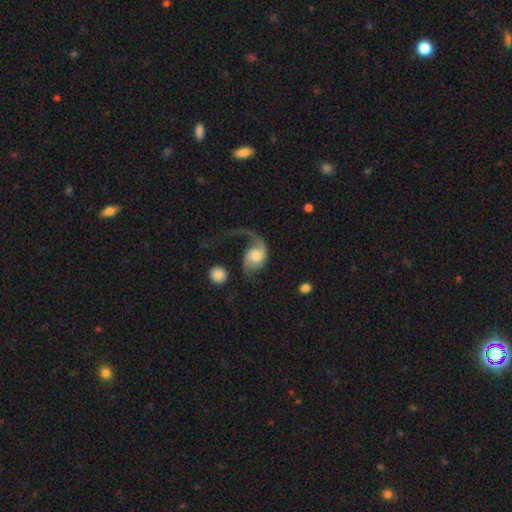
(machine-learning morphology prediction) Overall: featured or disk (73%). Edge-on disk: no (97%). Bar: no (70%). Spiral arms: yes (93%). Spiral arm count: 1 (59%; 2 35%). Spiral winding: loose (74%). Bulge size: moderate (48%; large 24%). Merging: major disturbance (49%; none 31%).